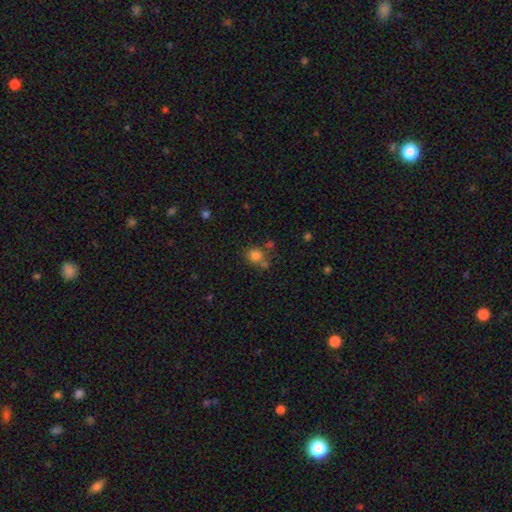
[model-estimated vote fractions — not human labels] The model was most divided on "merging": none: 58%, merger: 21%, minor disturbance: 14%, major disturbance: 6%. More confident: smooth or featured — smooth (79%); how rounded — round (76%).